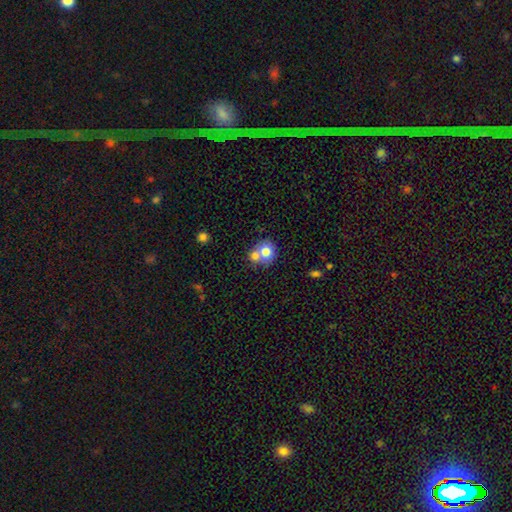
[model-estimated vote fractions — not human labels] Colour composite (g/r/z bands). It shows a smooth galaxy with no disk features (73%) that is round (75%). Merging: merger (55%).